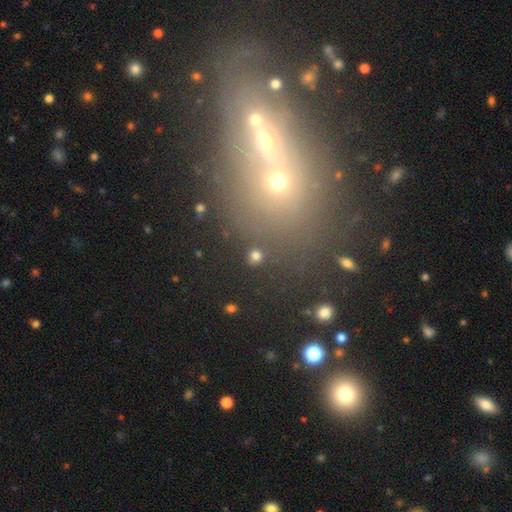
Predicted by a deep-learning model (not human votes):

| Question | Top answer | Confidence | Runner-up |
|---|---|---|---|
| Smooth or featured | smooth | 76% | star or artifact (19%) |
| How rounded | round | 87% | in between (12%) |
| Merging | none | 85% | minor disturbance (7%) |